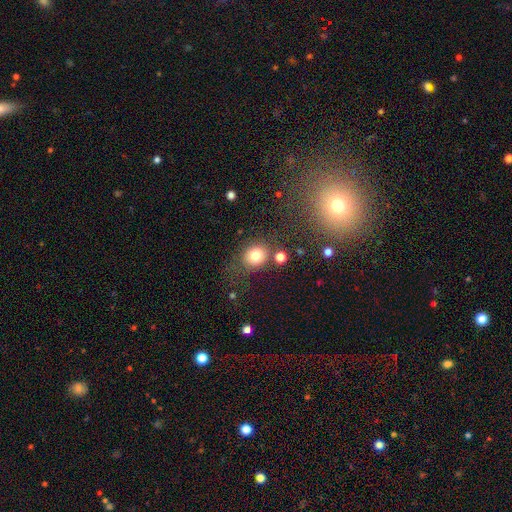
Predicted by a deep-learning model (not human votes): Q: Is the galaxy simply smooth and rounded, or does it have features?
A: smooth — 80%.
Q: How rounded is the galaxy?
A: round — 67%.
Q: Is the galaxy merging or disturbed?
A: none — 72%.